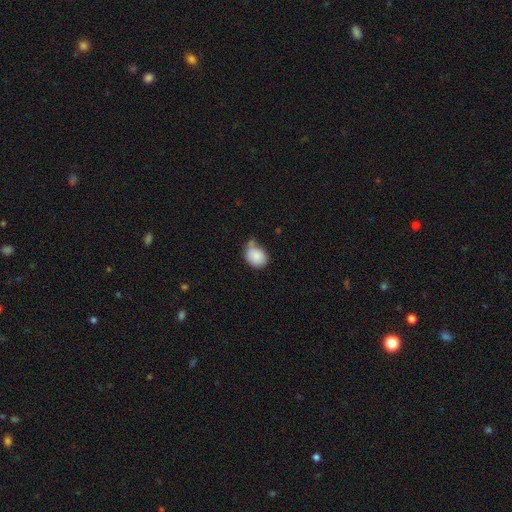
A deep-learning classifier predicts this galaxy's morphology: Smooth or featured: smooth — 85% (featured or disk — 8%)
How rounded: round — 50% (in between — 49%)
Merging: none — 38% (tied with minor disturbance — 38%)